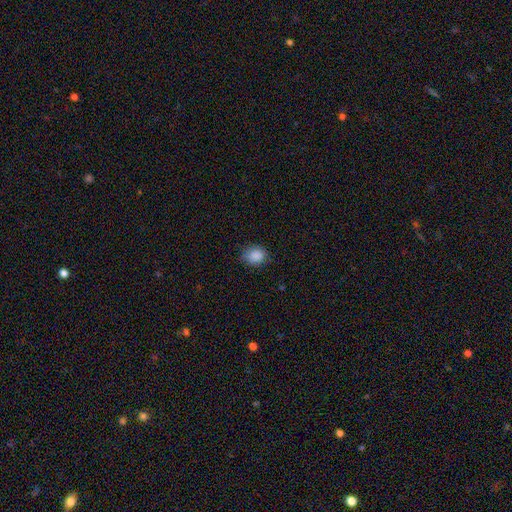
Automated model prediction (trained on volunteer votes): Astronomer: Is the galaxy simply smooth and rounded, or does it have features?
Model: smooth — 87%.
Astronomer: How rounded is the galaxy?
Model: round — 61% (runner-up: in between, 38%).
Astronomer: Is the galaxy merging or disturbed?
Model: none — 77%.